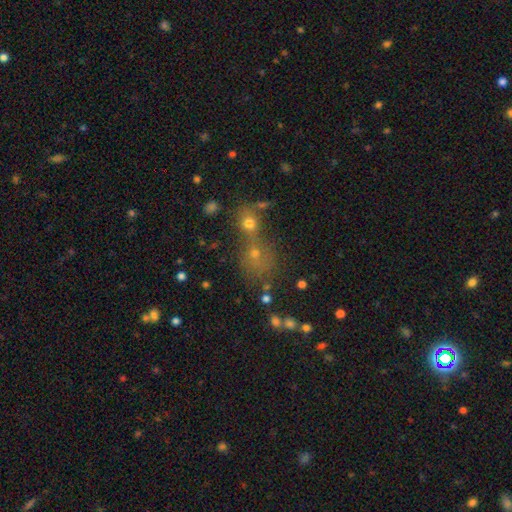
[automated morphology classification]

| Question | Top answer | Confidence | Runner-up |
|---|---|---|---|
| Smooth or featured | smooth | 62% | star or artifact (23%) |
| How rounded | round | 71% | in between (27%) |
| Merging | merger | 60% | none (27%) |